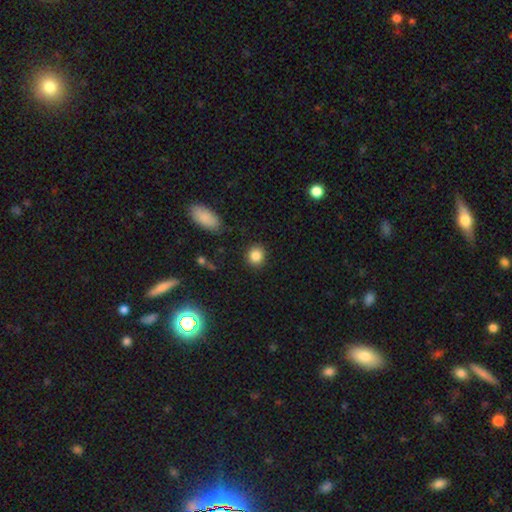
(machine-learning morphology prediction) smooth 85%, star or artifact 10%, featured or disk 5%. Down the decision tree: how rounded — round (82%); merging — none (89%).